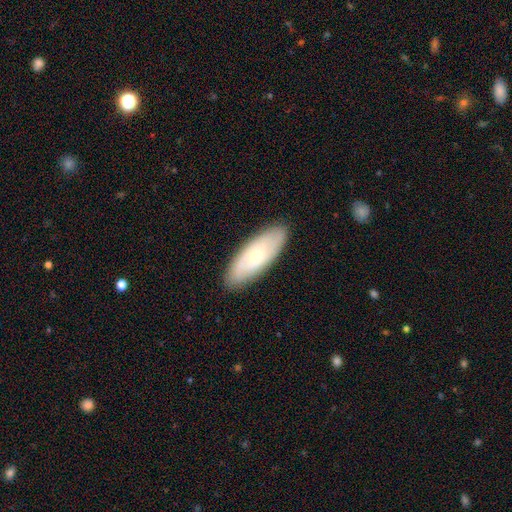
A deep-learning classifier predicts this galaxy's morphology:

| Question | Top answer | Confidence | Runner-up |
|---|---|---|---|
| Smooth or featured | smooth | 49% | featured or disk (44%) |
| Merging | none | 87% | minor disturbance (10%) |